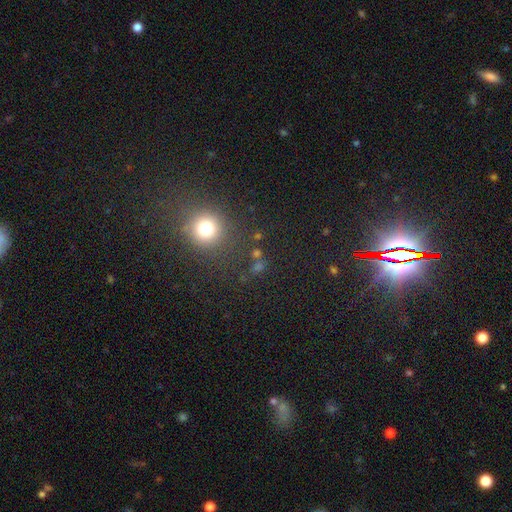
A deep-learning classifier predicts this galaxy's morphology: Smooth or featured? smooth (49%)
Merging? none (82%)